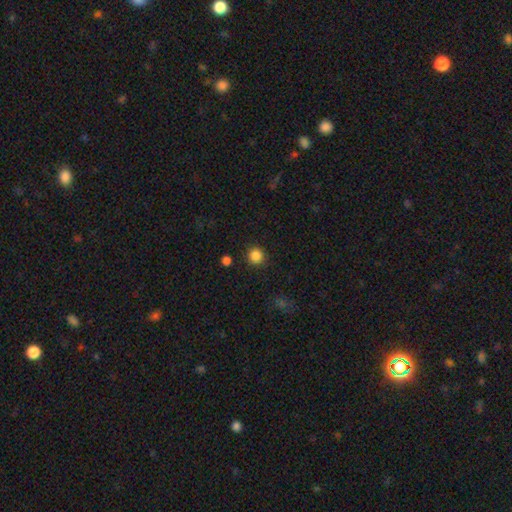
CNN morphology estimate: smooth_or_featured: smooth (p=0.85) [alt: star or artifact p=0.11]
how_rounded: round (p=0.94) [alt: in between p=0.05]
merging: none (p=0.91) [alt: minor disturbance p=0.06]